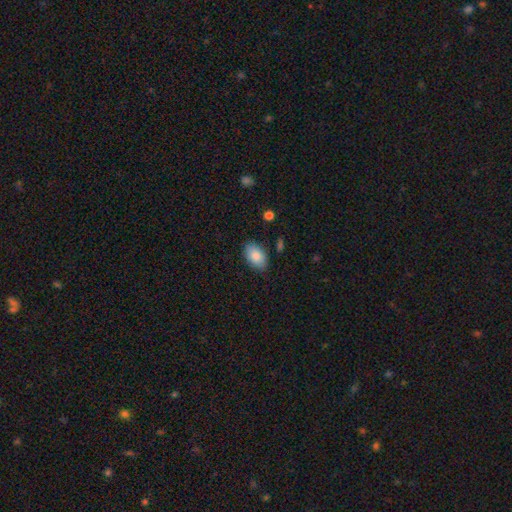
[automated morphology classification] The model was most divided on "merging": none: 84%, minor disturbance: 12%, major disturbance: 3%, merger: 2%. More confident: how rounded — in between (91%); smooth or featured — smooth (87%).